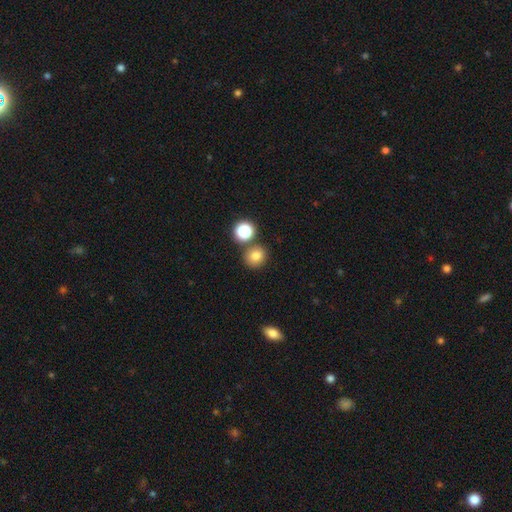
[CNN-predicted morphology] type=smooth (78%); roundness=round (85%); merging=none (74%).